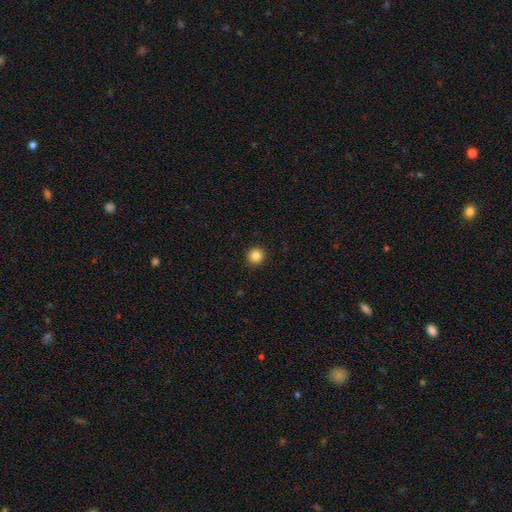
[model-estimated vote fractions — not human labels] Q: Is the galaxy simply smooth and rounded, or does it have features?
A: smooth — 85%.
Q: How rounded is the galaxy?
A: round — 95%.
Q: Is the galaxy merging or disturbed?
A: none — 93%.